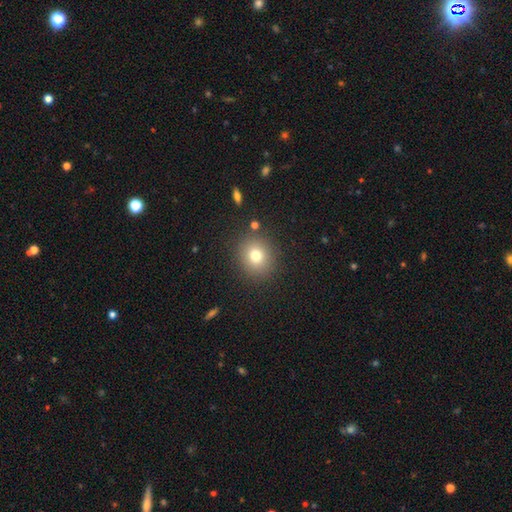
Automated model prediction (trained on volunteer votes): This appears to be a smooth galaxy with no disk features (76%) that is round (80%). Merging: none (87%).